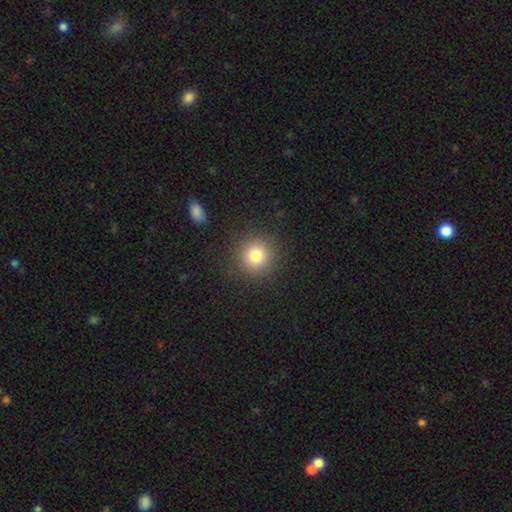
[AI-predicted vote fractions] Smooth or featured? smooth (80%)
How rounded? round (94%)
Merging? none (90%)